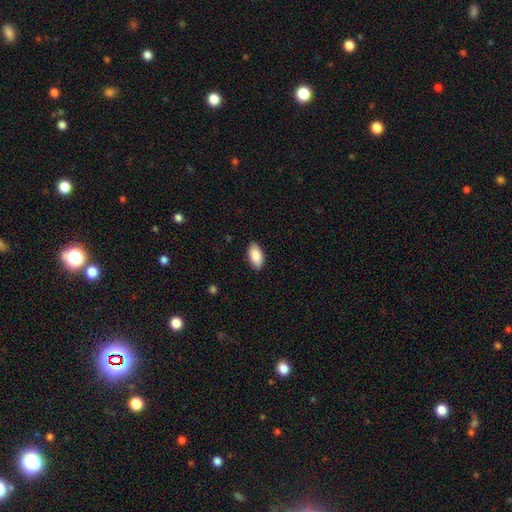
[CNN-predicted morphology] Smooth or featured?
  - smooth: 89% *
  - star or artifact: 6%
  - featured or disk: 5%
How rounded?
  - in between: 94% *
  - cigar-shaped: 3%
  - round: 3%
Merging?
  - none: 87% *
  - minor disturbance: 10%
  - major disturbance: 2%
  - merger: 1%